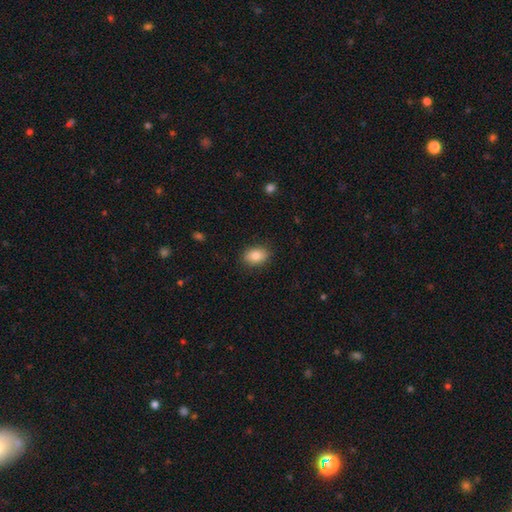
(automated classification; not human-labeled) A smooth galaxy with no disk features (84%) that is in between round and cigar-shaped (74%).

Vote fractions:
- Smooth or featured? smooth: 84% / featured or disk: 8% / star or artifact: 8%
- How rounded? in between: 74% / round: 25% / cigar-shaped: 1%
- Merging? none: 87% / minor disturbance: 10% / major disturbance: 2% / merger: 1%